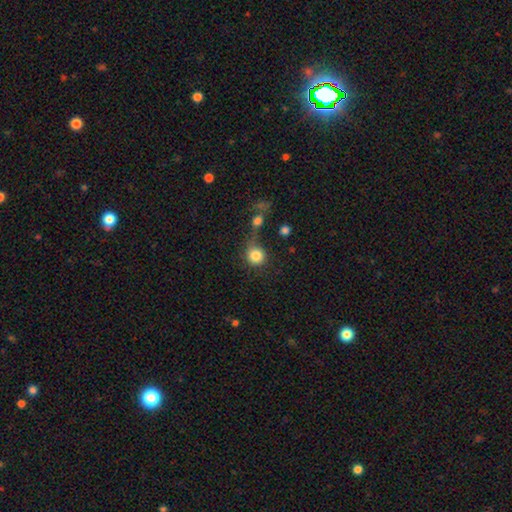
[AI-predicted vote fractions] Morphology: type=smooth (84%); roundness=round (91%); merging=none (53%).